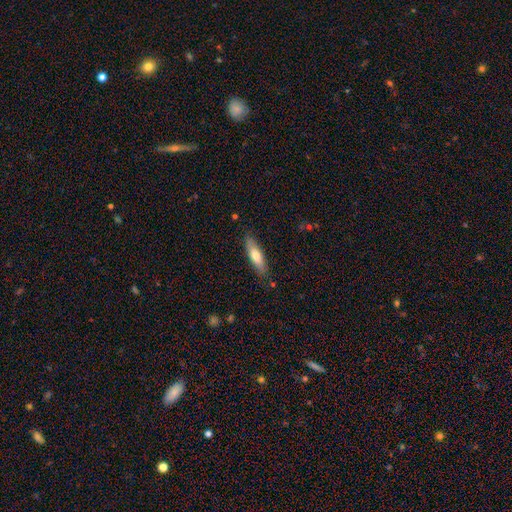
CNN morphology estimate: Smooth or featured? smooth (68%)
How rounded? cigar-shaped (60%)
Merging? none (84%)